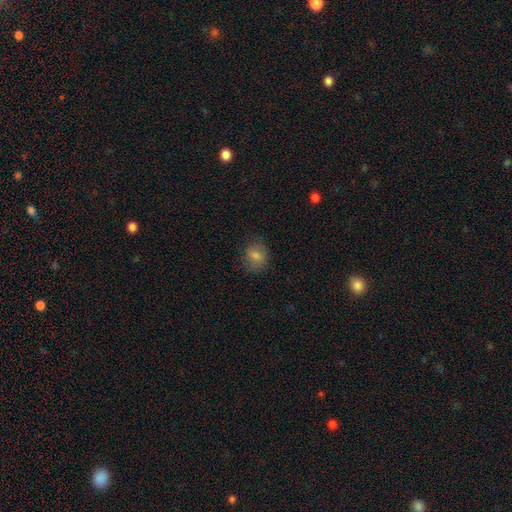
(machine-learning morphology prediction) Overall: smooth (72%). How rounded: round (61%; in between 37%). Merging: none (76%).